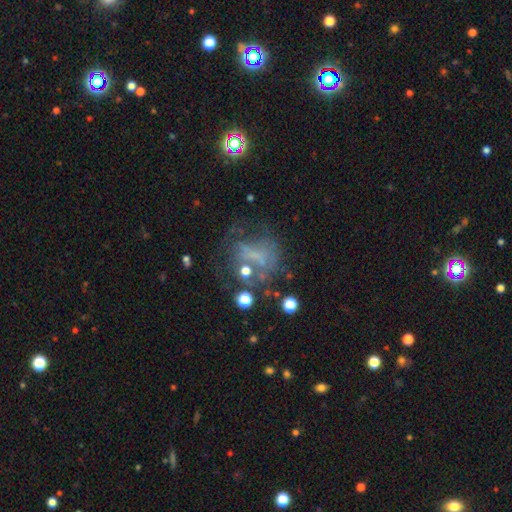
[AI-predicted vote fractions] Smooth or featured: featured or disk — 41% (smooth — 30%)
Merging: none — 40% (major disturbance — 32%)